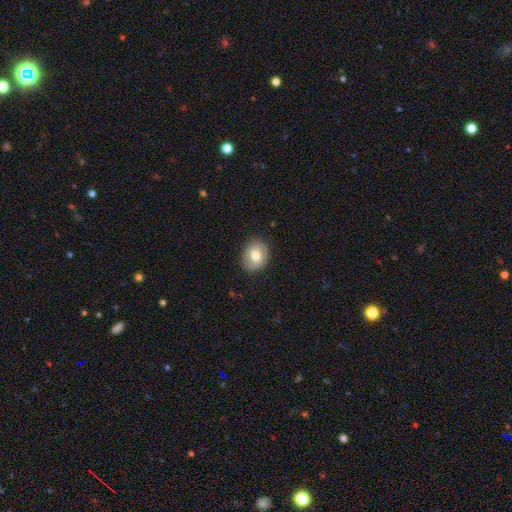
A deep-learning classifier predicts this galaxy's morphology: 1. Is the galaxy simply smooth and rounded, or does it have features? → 75% smooth, 18% featured or disk, 8% star or artifact.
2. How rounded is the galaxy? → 50% in between, 49% round, 1% cigar-shaped.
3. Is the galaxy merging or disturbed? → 86% none, 11% minor disturbance, 2% major disturbance, 1% merger.